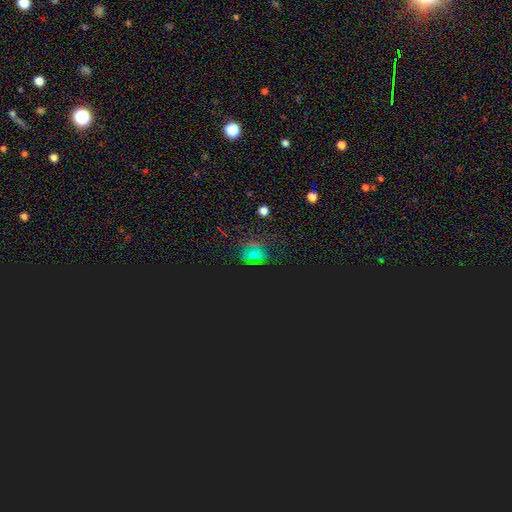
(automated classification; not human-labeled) Morphology: type=star or artifact (62%).